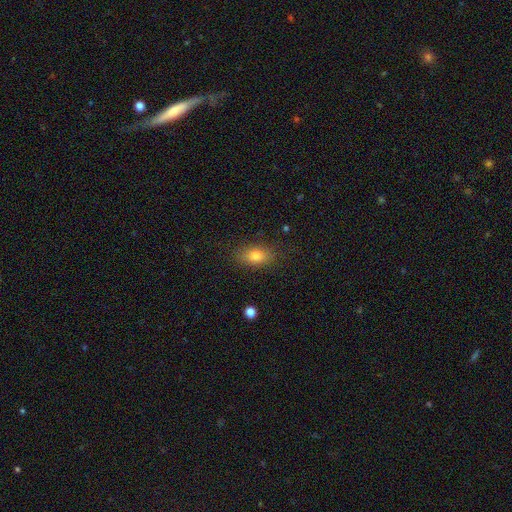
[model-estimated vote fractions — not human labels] Smooth or featured? smooth (79%)
How rounded? in between (83%)
Merging? none (82%)